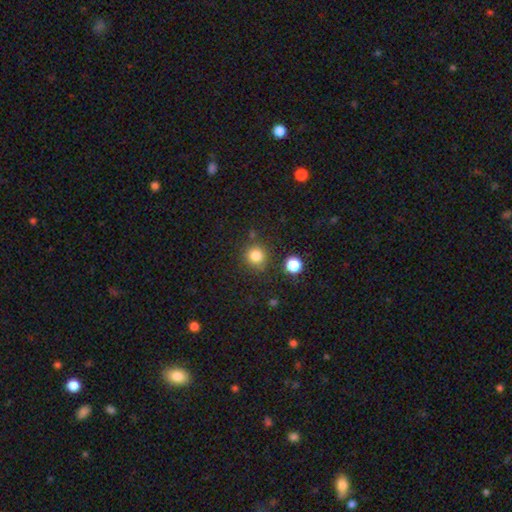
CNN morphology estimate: Smooth or featured: smooth — 82% (star or artifact — 12%)
How rounded: round — 91% (in between — 8%)
Merging: none — 80% (minor disturbance — 11%)